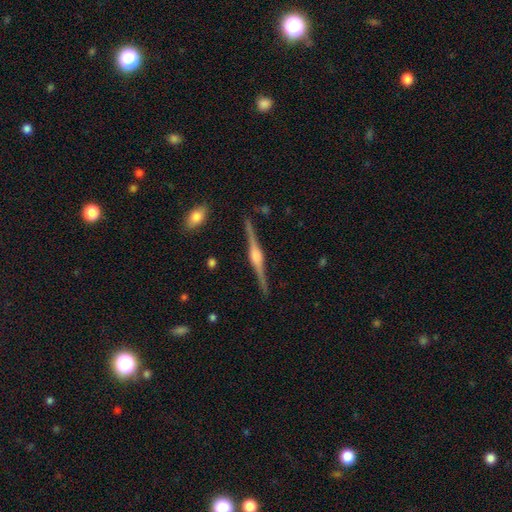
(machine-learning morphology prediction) featured or disk 87%, smooth 7%, star or artifact 5%. Down the decision tree: edge-on disk — yes (98%); edge-on bulge — rounded (85%); merging — none (91%).